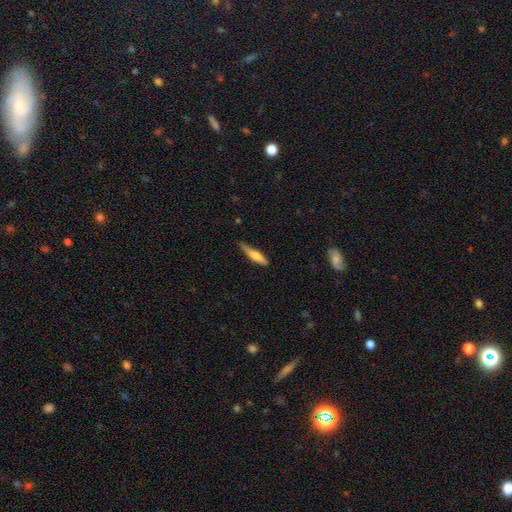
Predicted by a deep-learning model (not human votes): smooth-or-featured: smooth: 67% | featured or disk: 27% | star or artifact: 6%
  how-rounded: cigar-shaped: 81% | in between: 17% | round: 2%
  merging: none: 65% | minor disturbance: 28% | major disturbance: 5% | merger: 2%